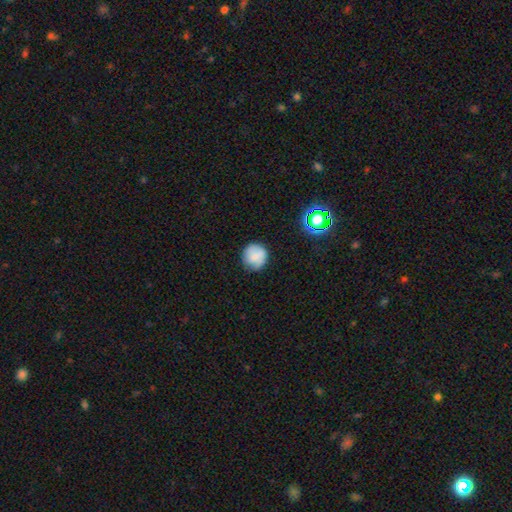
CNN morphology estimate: Smooth or featured? smooth (79%)
How rounded? round (93%)
Merging? none (81%)